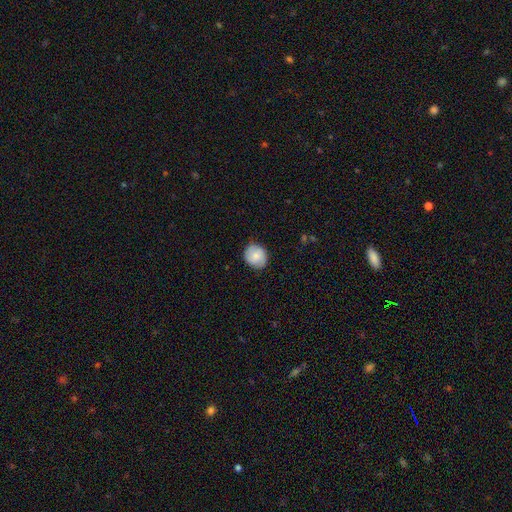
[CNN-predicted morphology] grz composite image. It shows a smooth galaxy with no disk features (72%) that is round (76%). Merging: none (82%).